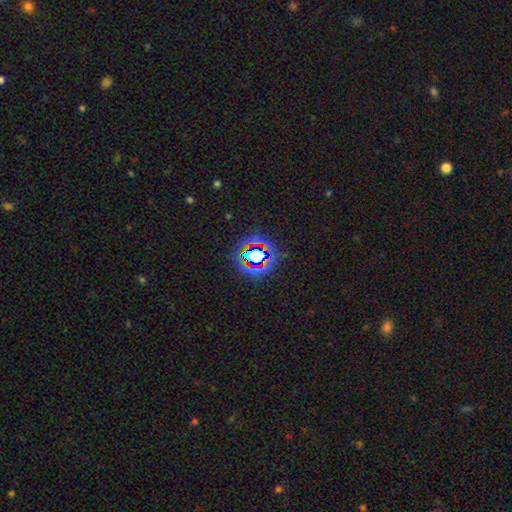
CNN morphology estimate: Overall: star or artifact (65%).